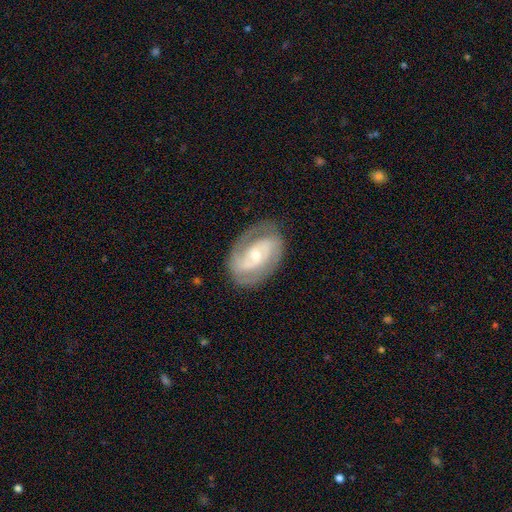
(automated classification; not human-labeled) Overall: featured or disk (84%). Edge-on disk: no (97%). Bar: weak (43%; no 41%). Spiral arms: yes (94%). Spiral arm count: 2 (75%). Spiral winding: tight (46%; medium 42%). Bulge size: small (47%; moderate 46%). Merging: none (77%).